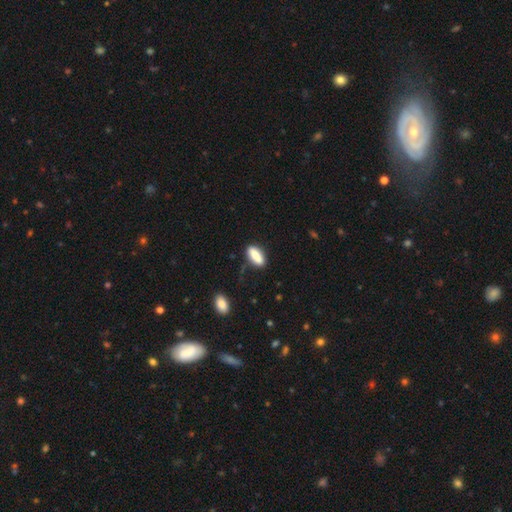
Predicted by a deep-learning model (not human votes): smooth_or_featured: smooth (p=0.83) [alt: featured or disk p=0.10]
how_rounded: in between (p=0.70) [alt: cigar-shaped p=0.27]
merging: none (p=0.76) [alt: minor disturbance p=0.17]